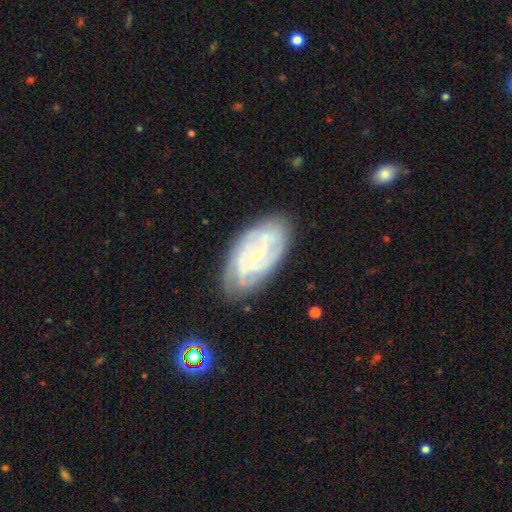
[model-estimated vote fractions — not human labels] smooth-or-featured: featured or disk: 81% | smooth: 13% | star or artifact: 6%
  disk-edge-on: no: 95% | yes: 5%
    bar: no: 49% | weak: 38% | strong: 12%
    has-spiral-arms: yes: 90% | no: 10%
      spiral-winding: tight: 60% | medium: 32% | loose: 8%
      spiral-arm-count: can't tell: 36% | 2: 31% | 3: 17% | 4: 8% | 1: 4% | more than 4: 4%
    bulge-size: small: 68% | moderate: 28% | none: 1% | large: 1% | dominant: 1%
  merging: none: 72% | minor disturbance: 21% | major disturbance: 6% | merger: 2%